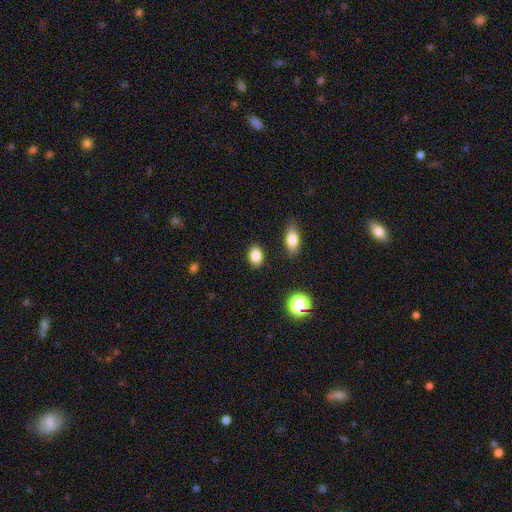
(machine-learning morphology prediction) Smooth or featured? smooth (85%)
How rounded? in between (76%)
Merging? none (86%)